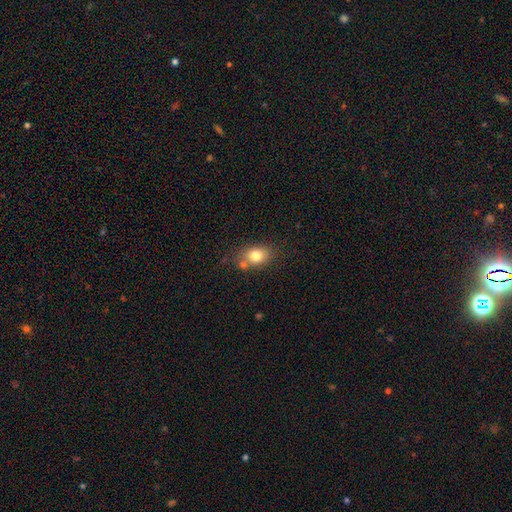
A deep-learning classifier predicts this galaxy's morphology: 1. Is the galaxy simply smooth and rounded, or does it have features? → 78% smooth, 12% featured or disk, 10% star or artifact.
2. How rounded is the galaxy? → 66% in between, 32% round, 1% cigar-shaped.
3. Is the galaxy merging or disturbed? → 64% none, 16% minor disturbance, 16% merger, 4% major disturbance.